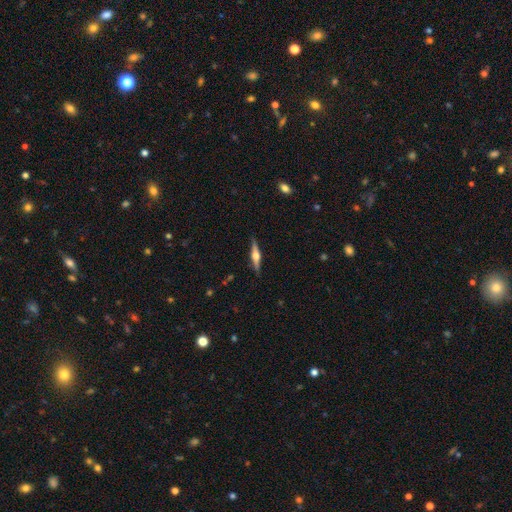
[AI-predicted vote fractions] A featured or disk galaxy (74%) viewed edge-on (98%) with a rounded central bulge (92%). Merging: none (90%).